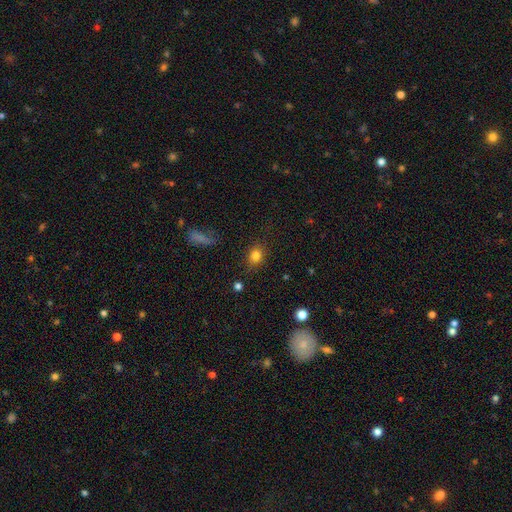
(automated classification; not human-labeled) A smooth galaxy with no disk features (82%) that is round (54%).

Vote fractions:
- Smooth or featured? smooth: 82% / star or artifact: 11% / featured or disk: 7%
- How rounded? round: 54% / in between: 45% / cigar-shaped: 2%
- Merging? none: 84% / minor disturbance: 11% / major disturbance: 3% / merger: 2%